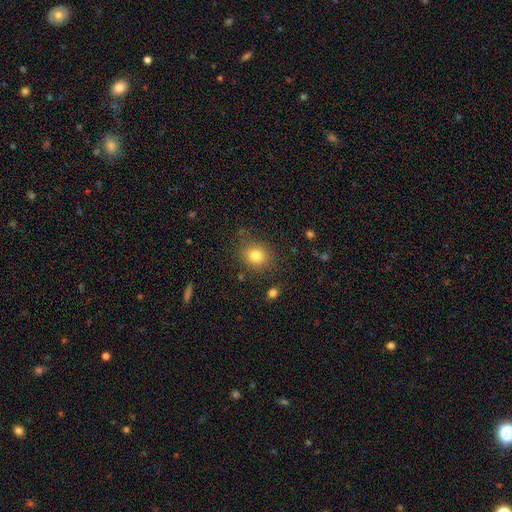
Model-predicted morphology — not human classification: Smooth or featured: smooth — 80% (star or artifact — 12%)
How rounded: round — 71% (in between — 28%)
Merging: none — 83% (minor disturbance — 11%)